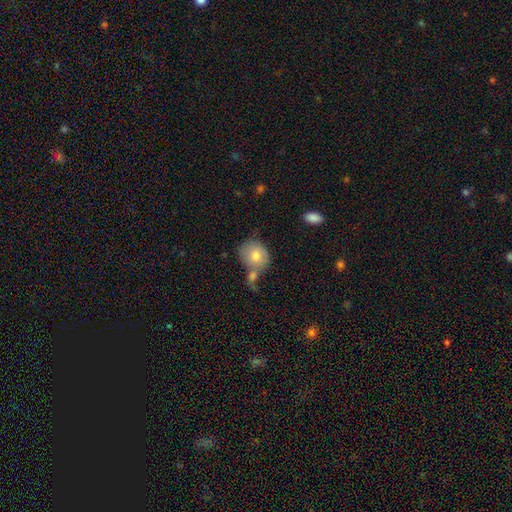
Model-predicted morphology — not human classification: A smooth galaxy with no disk features (74%) that is round (75%).

Vote fractions:
- Smooth or featured? smooth: 74% / featured or disk: 18% / star or artifact: 7%
- How rounded? round: 75% / in between: 23% / cigar-shaped: 1%
- Merging? none: 45% / merger: 33% / minor disturbance: 16% / major disturbance: 6%